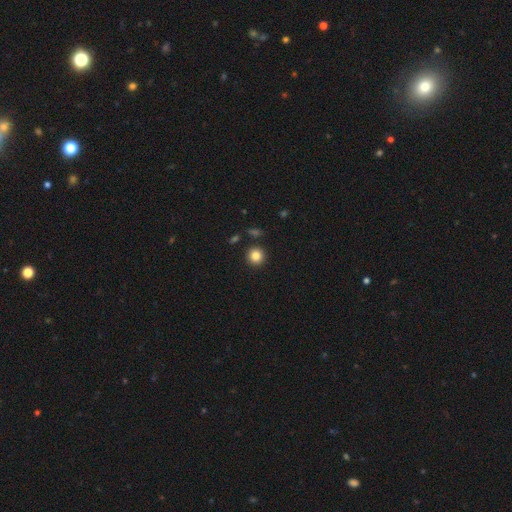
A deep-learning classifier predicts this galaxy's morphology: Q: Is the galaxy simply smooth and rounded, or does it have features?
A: smooth — 84%.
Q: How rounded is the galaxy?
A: round — 95%.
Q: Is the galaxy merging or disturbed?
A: none — 90%.